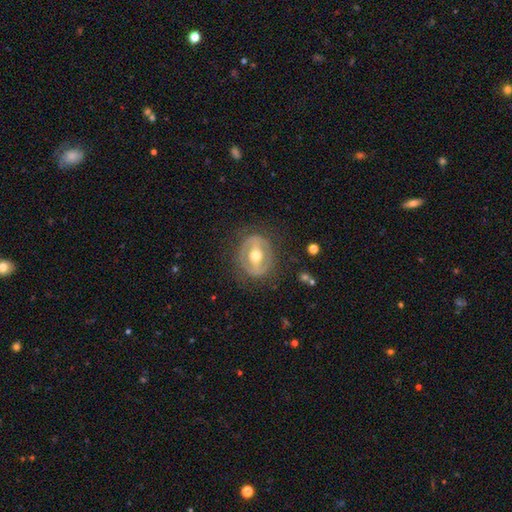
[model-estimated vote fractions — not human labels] A featured or disk galaxy (72%) with a strong bar (49%), no spiral arms (68%) and a moderate central bulge (74%). Merging: none (76%).